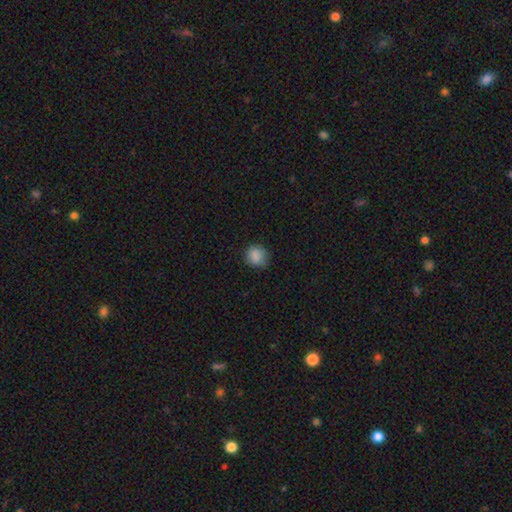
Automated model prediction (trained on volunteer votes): Smooth or featured? Predicted: smooth (p=0.86). How rounded? Predicted: round (p=0.77). Merging? Predicted: none (p=0.78).